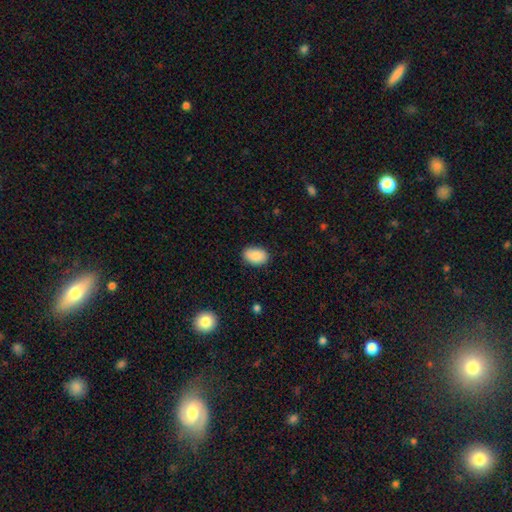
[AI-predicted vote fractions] This is clearly a smooth galaxy (86%). How rounded: clearly in between (88%). Merging: clearly none (83%).